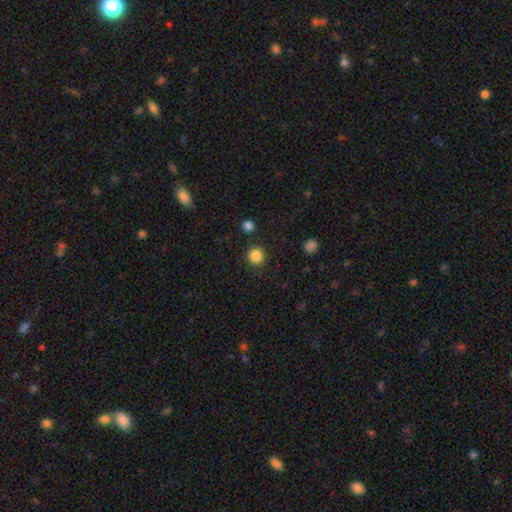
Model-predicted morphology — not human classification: Smooth or featured?
  - smooth: 86% *
  - star or artifact: 11%
  - featured or disk: 3%
How rounded?
  - round: 95% *
  - in between: 5%
  - cigar-shaped: 1%
Merging?
  - none: 90% *
  - minor disturbance: 5%
  - merger: 2%
  - major disturbance: 2%